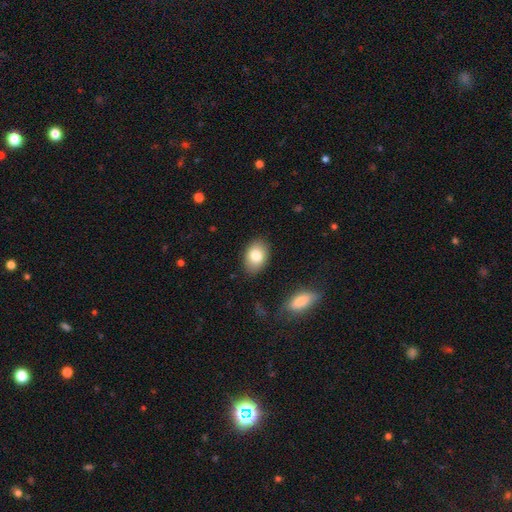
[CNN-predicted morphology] A smooth galaxy with no disk features (81%) that is in between round and cigar-shaped (82%).

Vote fractions:
- Smooth or featured? smooth: 81% / featured or disk: 11% / star or artifact: 8%
- How rounded? in between: 82% / round: 17% / cigar-shaped: 1%
- Merging? none: 86% / minor disturbance: 10% / major disturbance: 2% / merger: 2%